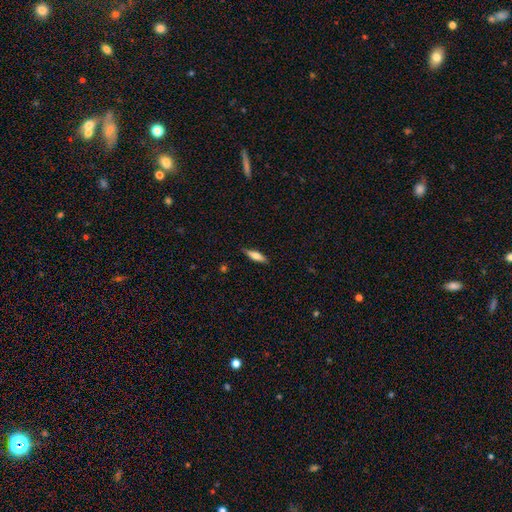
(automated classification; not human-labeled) Q: Smooth or featured?
A: smooth (63%); runner-up: featured or disk (30%)
Q: How rounded?
A: cigar-shaped (62%); runner-up: in between (36%)
Q: Merging?
A: none (85%); runner-up: minor disturbance (12%)